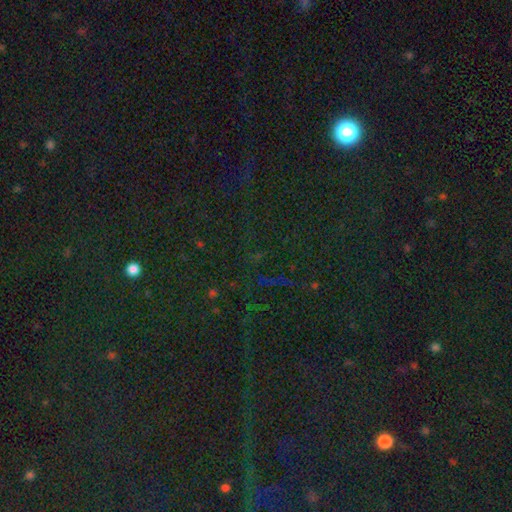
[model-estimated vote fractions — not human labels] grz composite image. It shows a star or artifact, not a galaxy (81%).